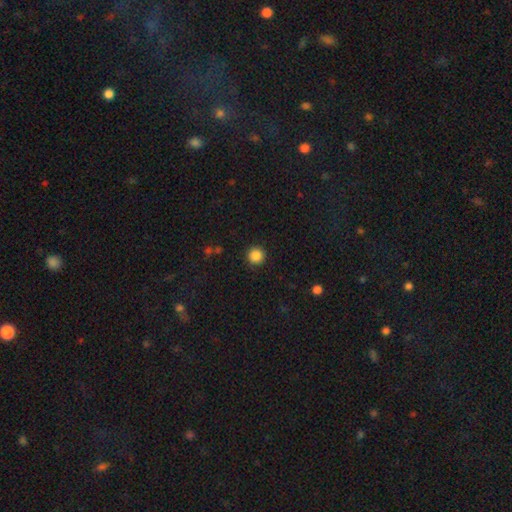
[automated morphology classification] Overall: smooth (86%). How rounded: round (95%). Merging: none (92%).